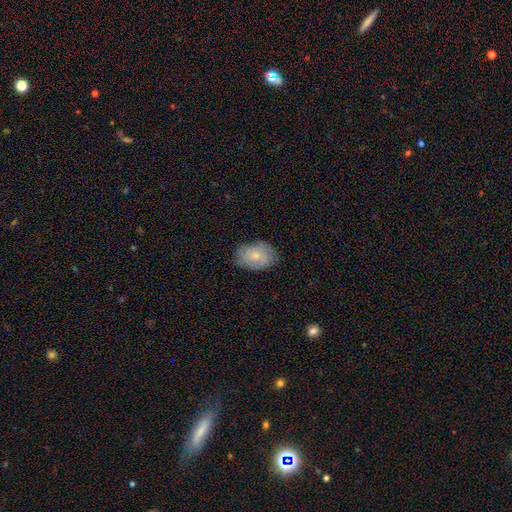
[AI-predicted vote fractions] Smooth or featured: smooth — 50% (featured or disk — 42%)
How rounded: in between — 84% (round — 15%)
Merging: none — 76% (minor disturbance — 18%)